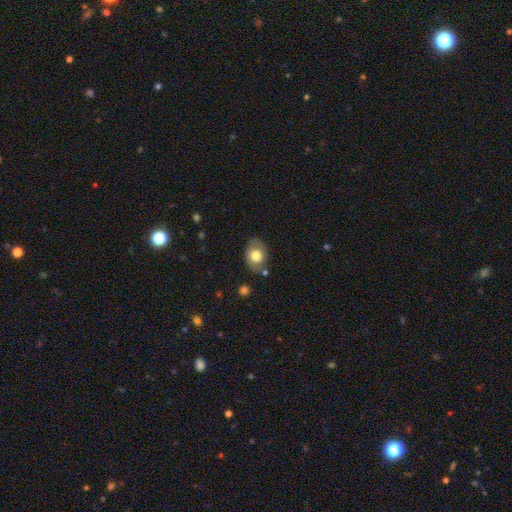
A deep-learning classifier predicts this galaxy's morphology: This appears to be a smooth galaxy with no disk features (71%) that is in between round and cigar-shaped (72%). Merging: none (73%).